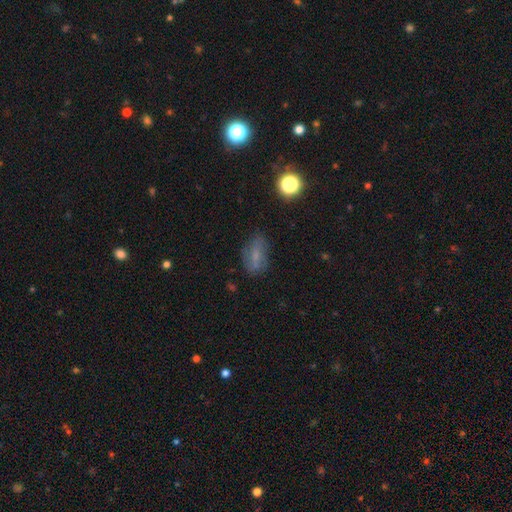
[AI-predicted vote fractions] A smooth galaxy with no disk features (62%) that is in between round and cigar-shaped (82%). Merging: none (65%).